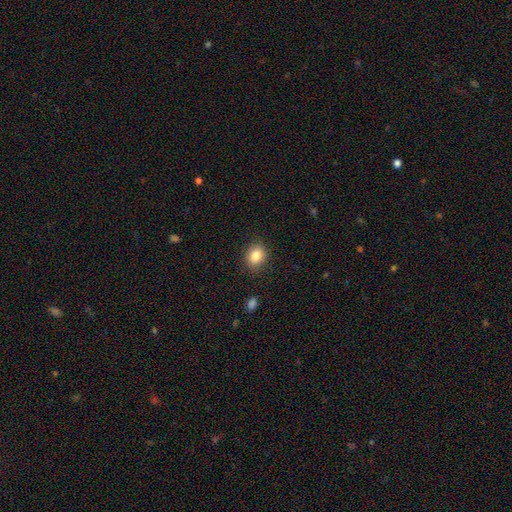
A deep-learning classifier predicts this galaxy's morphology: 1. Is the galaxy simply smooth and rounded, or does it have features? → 84% smooth, 10% star or artifact, 7% featured or disk.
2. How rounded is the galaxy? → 52% round, 47% in between, 1% cigar-shaped.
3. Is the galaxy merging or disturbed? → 87% none, 9% minor disturbance, 2% major disturbance, 1% merger.